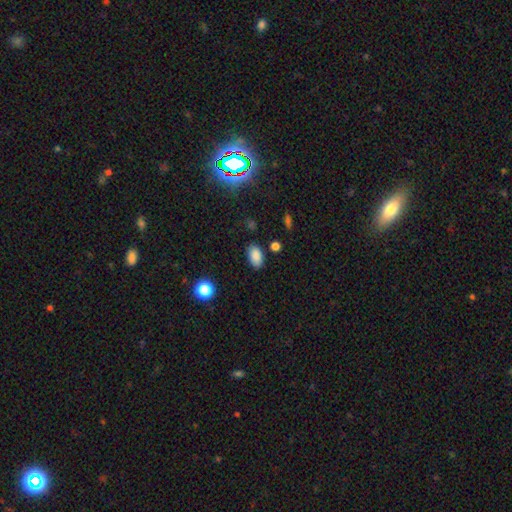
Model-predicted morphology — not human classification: The model was most divided on "merging": none: 84%, minor disturbance: 11%, major disturbance: 3%, merger: 2%. More confident: how rounded — in between (92%); smooth or featured — smooth (86%).